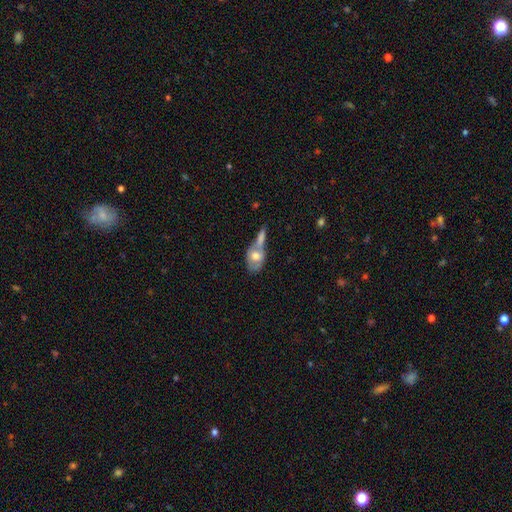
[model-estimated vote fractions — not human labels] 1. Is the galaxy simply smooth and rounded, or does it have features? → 52% smooth, 41% featured or disk, 7% star or artifact.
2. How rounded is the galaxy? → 79% in between, 16% round, 5% cigar-shaped.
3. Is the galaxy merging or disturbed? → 54% merger, 23% none, 13% minor disturbance, 10% major disturbance.